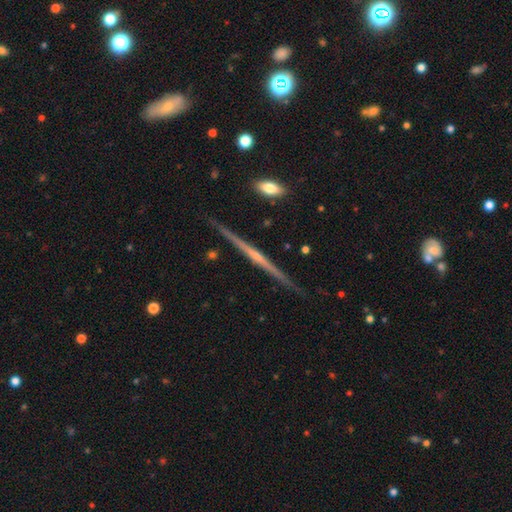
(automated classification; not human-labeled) A featured or disk galaxy (82%) viewed edge-on (98%) with a rounded central bulge (55%). Merging: none (88%).